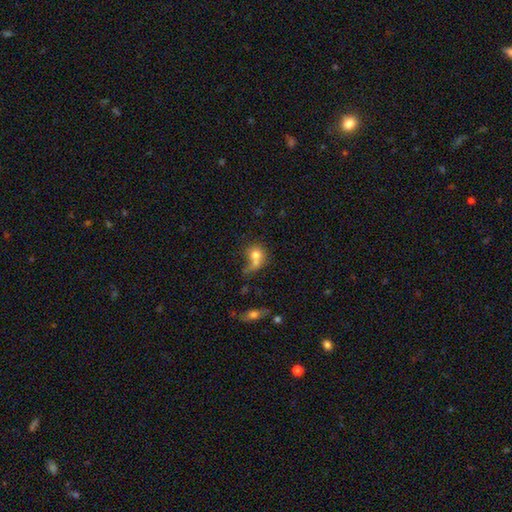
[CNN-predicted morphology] Smooth or featured: smooth — 73% (featured or disk — 17%)
How rounded: round — 67% (in between — 31%)
Merging: merger — 48% (none — 28%)